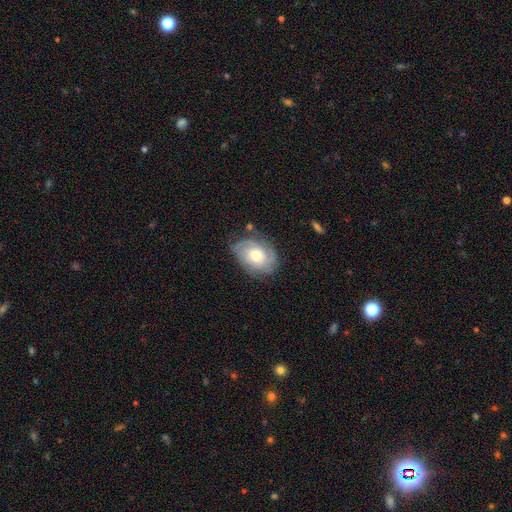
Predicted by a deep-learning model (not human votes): Smooth or featured: featured or disk — 64% (smooth — 29%)
Edge-on disk: no — 96% (yes — 4%)
Bar: no — 76% (weak — 20%)
Spiral arms: yes — 86% (no — 14%)
Spiral winding: tight — 60% (medium — 30%)
Spiral arm count: can't tell — 37% (2 — 28%)
Bulge size: moderate — 70% (small — 15%)
Merging: none — 67% (minor disturbance — 23%)